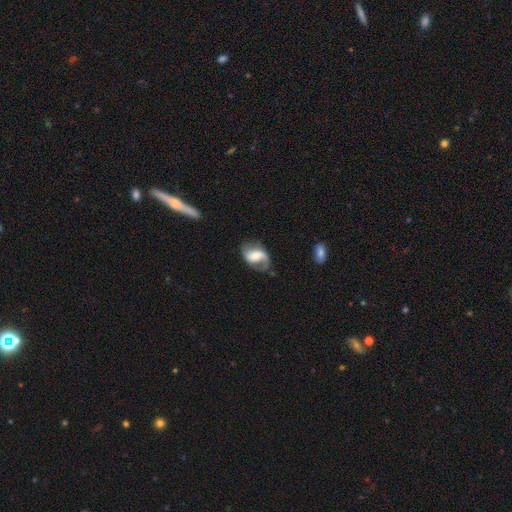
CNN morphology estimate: smooth-or-featured: featured or disk: 75% | smooth: 19% | star or artifact: 6%
  disk-edge-on: no: 97% | yes: 3%
    bar: weak: 44% | no: 33% | strong: 23%
    has-spiral-arms: yes: 92% | no: 8%
      spiral-winding: loose: 52% | medium: 37% | tight: 11%
      spiral-arm-count: 2: 70% | 1: 23% | can't tell: 4% | 3: 1% | 4: 1% | more than 4: 1%
    bulge-size: moderate: 50% | small: 28% | large: 14% | none: 5% | dominant: 2%
  merging: none: 60% | minor disturbance: 22% | major disturbance: 15% | merger: 3%